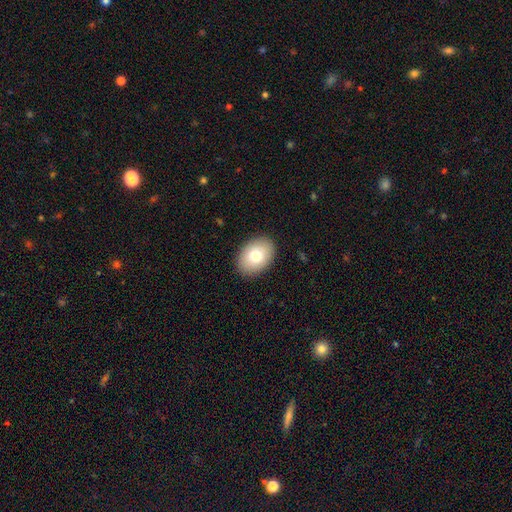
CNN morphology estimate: A smooth galaxy with no disk features (77%) that is in between round and cigar-shaped (77%).

Vote fractions:
- Smooth or featured? smooth: 77% / featured or disk: 15% / star or artifact: 8%
- How rounded? in between: 77% / round: 22% / cigar-shaped: 1%
- Merging? none: 89% / minor disturbance: 8% / major disturbance: 2% / merger: 1%